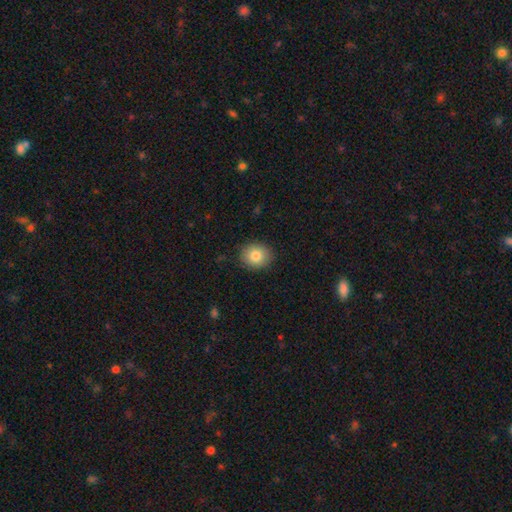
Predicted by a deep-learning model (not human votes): smooth_or_featured: smooth (p=0.83) [alt: star or artifact p=0.09]
how_rounded: round (p=0.75) [alt: in between p=0.24]
merging: none (p=0.89) [alt: minor disturbance p=0.08]